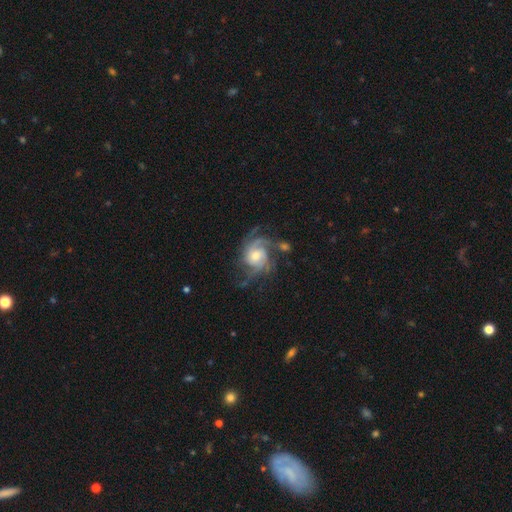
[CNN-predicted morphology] Smooth or featured?
  - featured or disk: 88% *
  - smooth: 7%
  - star or artifact: 6%
Edge-on disk?
  - no: 98% *
  - yes: 2%
Bar?
  - no: 64% *
  - weak: 30%
  - strong: 6%
Spiral arms?
  - yes: 97% *
  - no: 3%
Spiral winding?
  - medium: 44% *
  - tight: 43%
  - loose: 14%
Spiral arm count?
  - 3: 38% *
  - 2: 21%
  - can't tell: 15%
  - 4: 13%
  - 1: 6%
  - more than 4: 6%
Bulge size?
  - moderate: 61% *
  - small: 20%
  - large: 14%
  - none: 3%
  - dominant: 1%
Merging?
  - none: 58% *
  - minor disturbance: 19%
  - major disturbance: 17%
  - merger: 6%